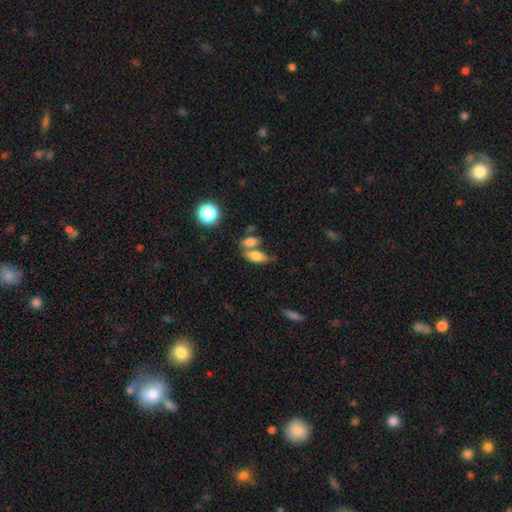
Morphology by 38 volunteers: Volunteers were most divided on "merging": none: 46%, merger: 40%, minor disturbance: 9%, major disturbance: 6%. More confident: how rounded — in between (93%); smooth or featured — smooth (76%).